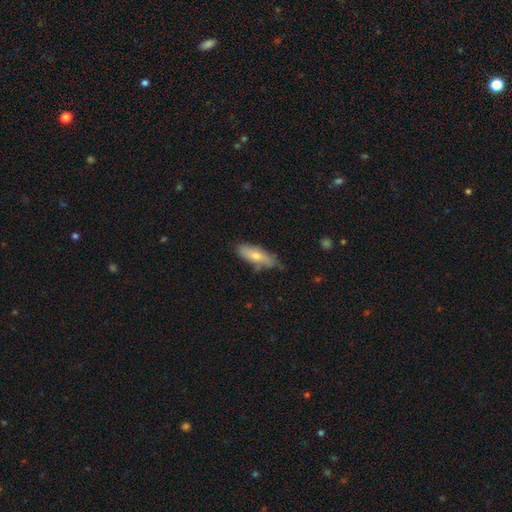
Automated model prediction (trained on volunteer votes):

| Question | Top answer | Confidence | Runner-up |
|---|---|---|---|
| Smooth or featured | smooth | 67% | featured or disk (27%) |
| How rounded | in between | 66% | cigar-shaped (32%) |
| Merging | none | 60% | minor disturbance (31%) |